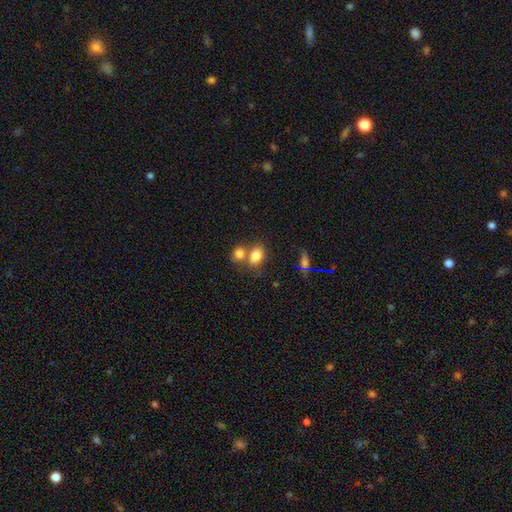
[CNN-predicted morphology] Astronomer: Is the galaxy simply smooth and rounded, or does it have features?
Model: smooth — 80%.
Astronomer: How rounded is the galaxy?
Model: in between — 66%.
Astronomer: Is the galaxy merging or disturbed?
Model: merger — 44% (runner-up: none, 41%).